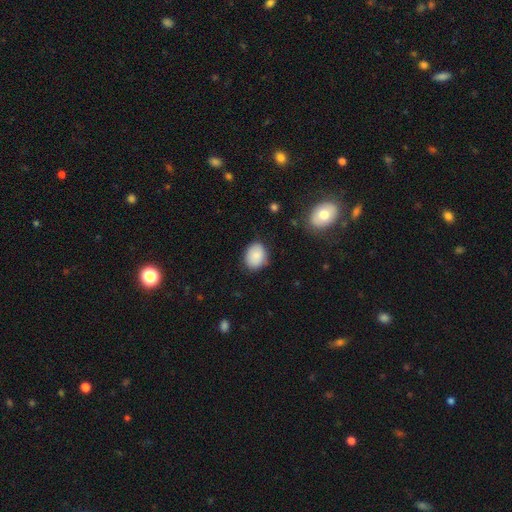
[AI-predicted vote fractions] A smooth galaxy with no disk features (84%) that is in between round and cigar-shaped (59%). Merging: none (80%).